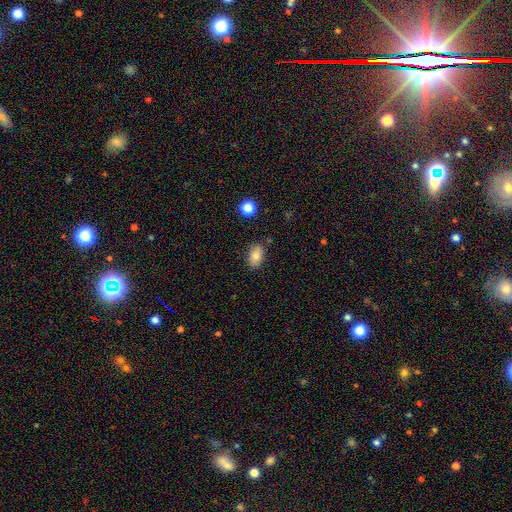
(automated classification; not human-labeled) smooth-or-featured: smooth: 82% | featured or disk: 10% | star or artifact: 9%
  how-rounded: in between: 86% | round: 12% | cigar-shaped: 2%
  merging: none: 82% | minor disturbance: 13% | merger: 3% | major disturbance: 3%